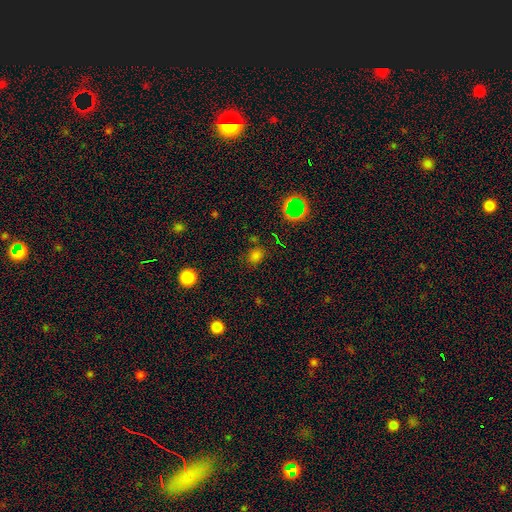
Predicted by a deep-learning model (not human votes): Morphology: type=smooth (73%); roundness=round (64%); merging=none (80%).